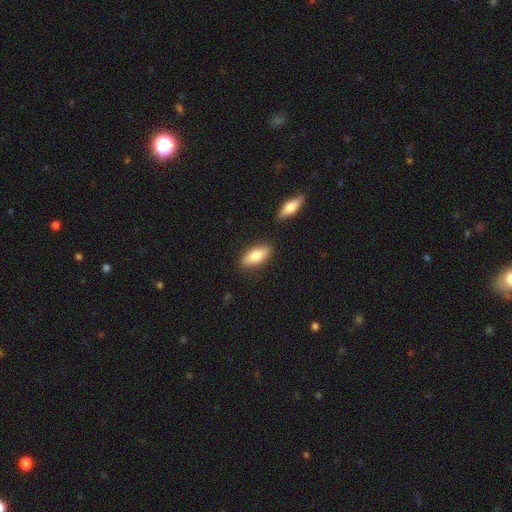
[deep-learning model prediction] Morphology: type=smooth (80%); roundness=in between (81%); merging=none (82%).